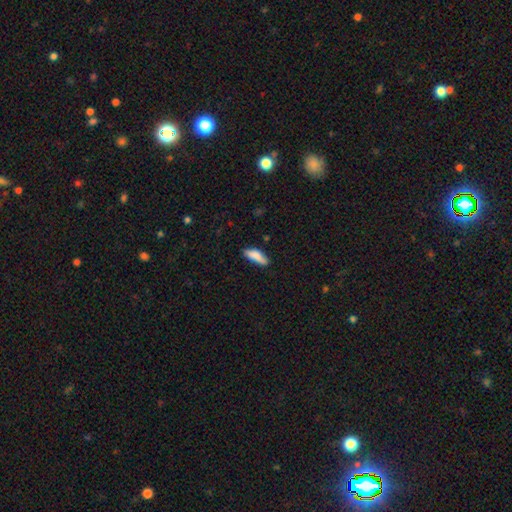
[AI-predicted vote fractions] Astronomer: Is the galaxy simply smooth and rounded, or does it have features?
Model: smooth — 83%.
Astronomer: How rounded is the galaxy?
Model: in between — 60% (runner-up: cigar-shaped, 38%).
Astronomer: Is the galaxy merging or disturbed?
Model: none — 69%.